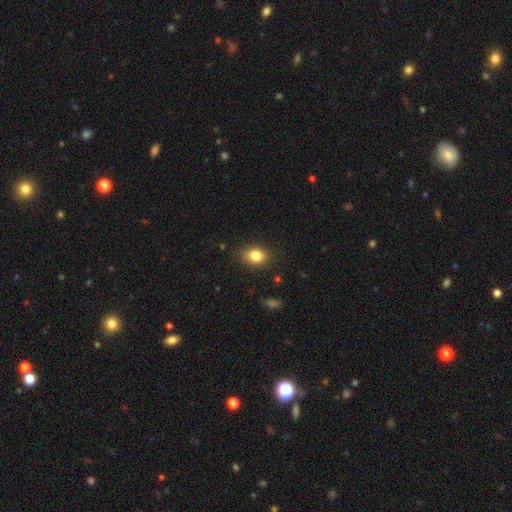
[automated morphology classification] A smooth galaxy with no disk features (83%) that is in between round and cigar-shaped (62%).

Vote fractions:
- Smooth or featured? smooth: 83% / star or artifact: 10% / featured or disk: 7%
- How rounded? in between: 62% / round: 37% / cigar-shaped: 1%
- Merging? none: 85% / minor disturbance: 11% / major disturbance: 3% / merger: 1%